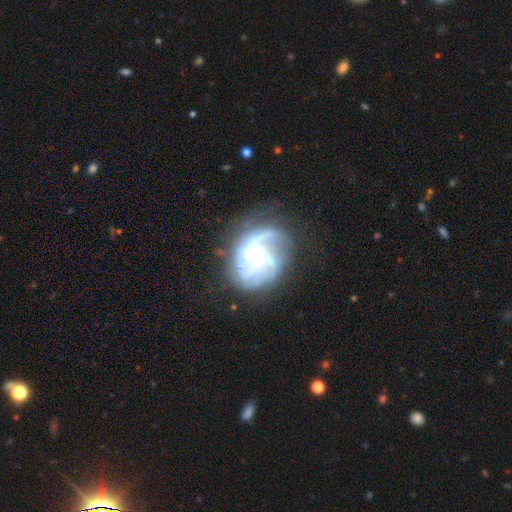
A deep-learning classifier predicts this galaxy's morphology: smooth-or-featured: featured or disk: 81% | smooth: 11% | star or artifact: 8%
  disk-edge-on: no: 98% | yes: 2%
    bar: no: 71% | weak: 24% | strong: 5%
    has-spiral-arms: yes: 85% | no: 15%
      spiral-winding: tight: 42% | medium: 38% | loose: 20%
      spiral-arm-count: can't tell: 36% | 2: 22% | 3: 20% | 1: 9% | 4: 8% | more than 4: 6%
    bulge-size: small: 51% | moderate: 39% | none: 4% | large: 4% | dominant: 1%
  merging: none: 51% | major disturbance: 22% | minor disturbance: 21% | merger: 6%